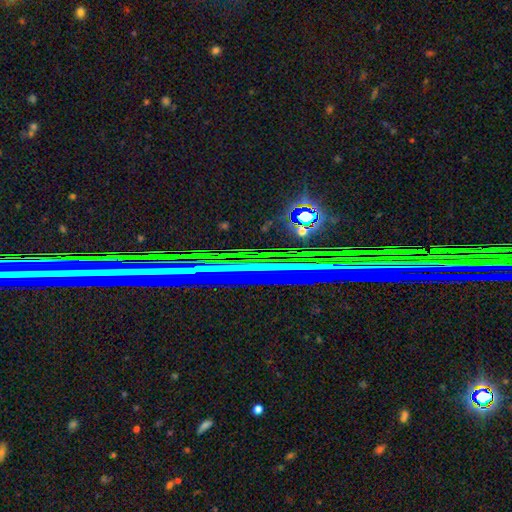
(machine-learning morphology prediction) type=star or artifact (78%).